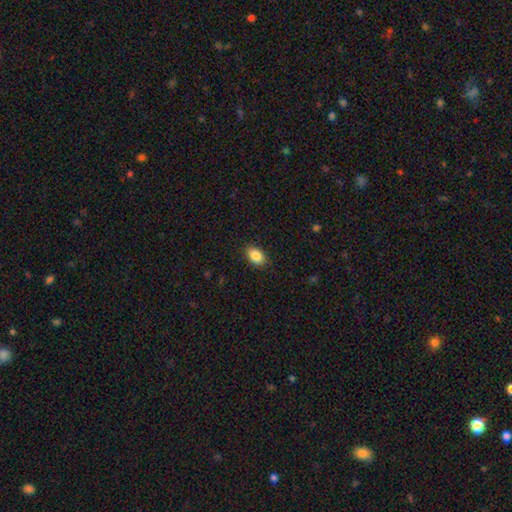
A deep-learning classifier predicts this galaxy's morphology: smooth_or_featured: smooth (p=0.86) [alt: star or artifact p=0.08]
how_rounded: in between (p=0.87) [alt: round p=0.12]
merging: none (p=0.89) [alt: minor disturbance p=0.08]